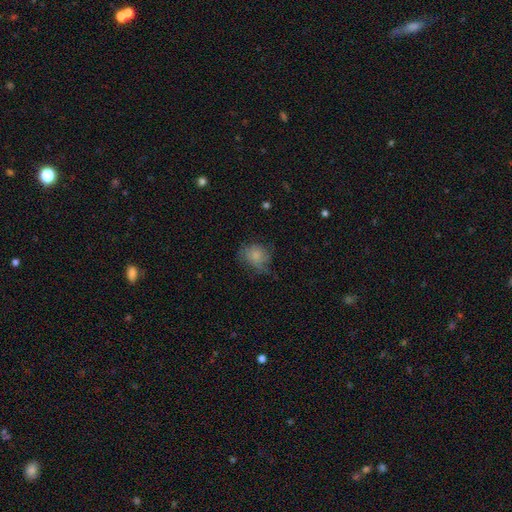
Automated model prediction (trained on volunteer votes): This is likely a smooth galaxy (72%). How rounded: likely round (60%). Merging: possibly none (47%).